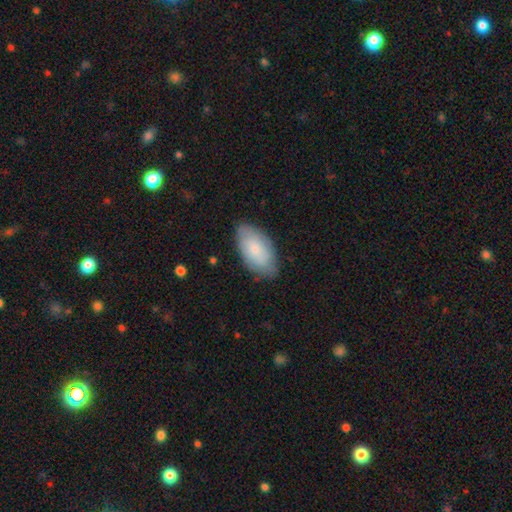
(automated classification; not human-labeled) A smooth galaxy with no disk features (70%) that is in between round and cigar-shaped (94%).

Vote fractions:
- Smooth or featured? smooth: 70% / featured or disk: 24% / star or artifact: 6%
- How rounded? in between: 94% / round: 3% / cigar-shaped: 3%
- Merging? none: 76% / minor disturbance: 18% / major disturbance: 4% / merger: 1%